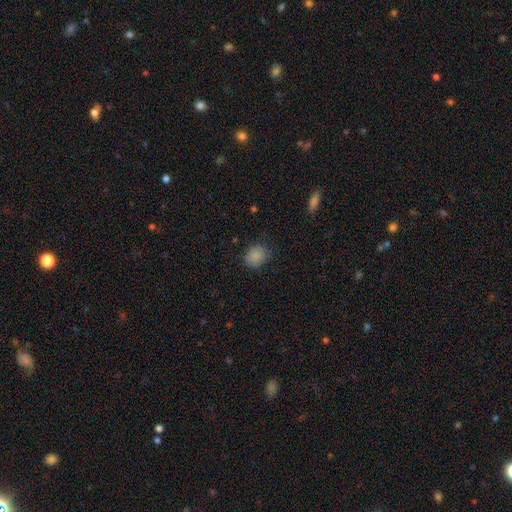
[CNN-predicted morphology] A smooth galaxy with no disk features (86%) that is round (57%).

Vote fractions:
- Smooth or featured? smooth: 86% / star or artifact: 10% / featured or disk: 4%
- How rounded? round: 57% / in between: 42% / cigar-shaped: 1%
- Merging? none: 79% / minor disturbance: 16% / major disturbance: 4% / merger: 1%